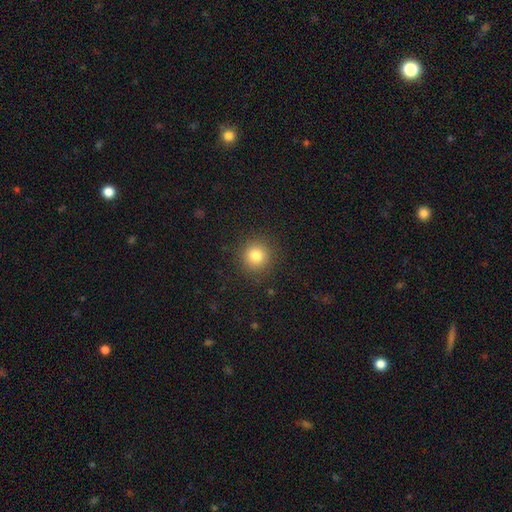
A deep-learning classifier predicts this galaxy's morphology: This is clearly a smooth galaxy (81%). How rounded: clearly round (94%). Merging: clearly none (90%).